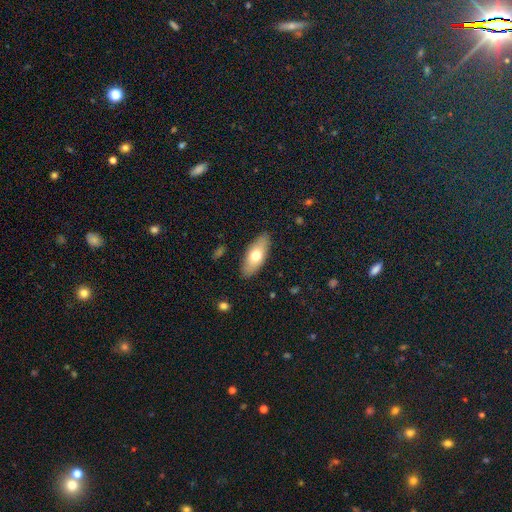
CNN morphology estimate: smooth-or-featured: smooth: 67% | featured or disk: 27% | star or artifact: 6%
  how-rounded: in between: 78% | cigar-shaped: 19% | round: 3%
  merging: none: 88% | minor disturbance: 9% | major disturbance: 2% | merger: 1%